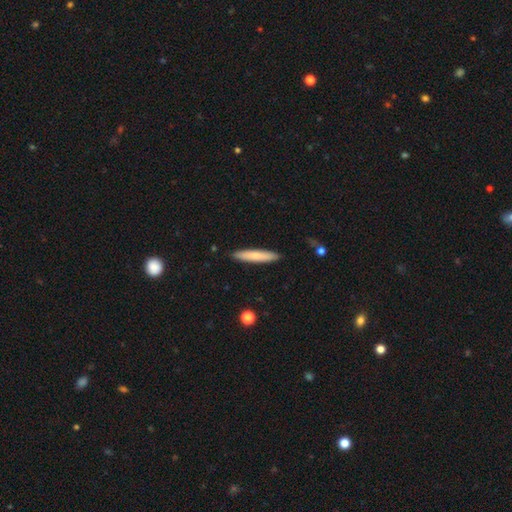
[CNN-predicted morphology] This is likely a smooth galaxy (74%). How rounded: clearly cigar-shaped (91%). Merging: clearly none (90%).